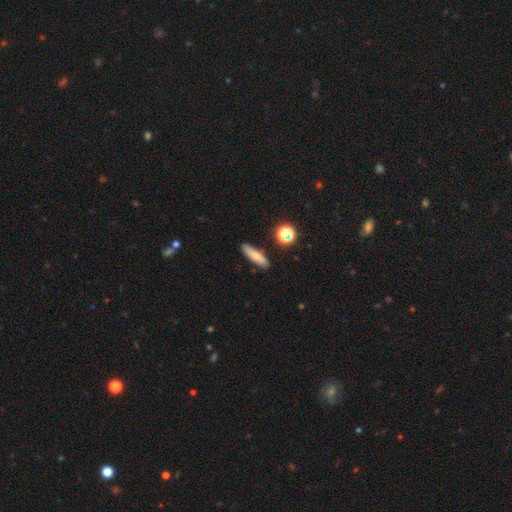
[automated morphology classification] The model was most divided on "how rounded": cigar-shaped: 65%, in between: 30%, round: 5%. More confident: merging — none (85%); smooth or featured — smooth (68%).